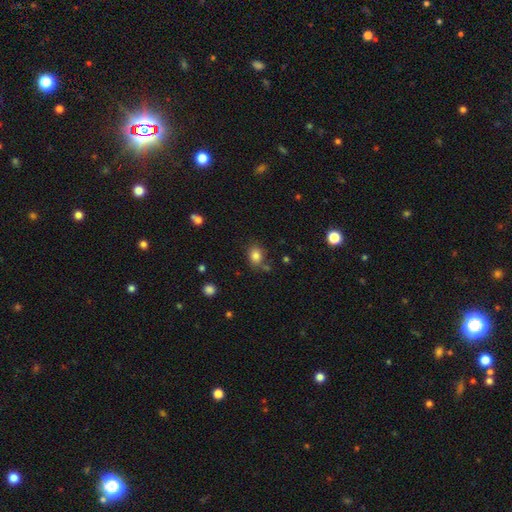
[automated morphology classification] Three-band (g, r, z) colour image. It shows a smooth galaxy with no disk features (83%) that is in between round and cigar-shaped (51%). Merging: none (75%).